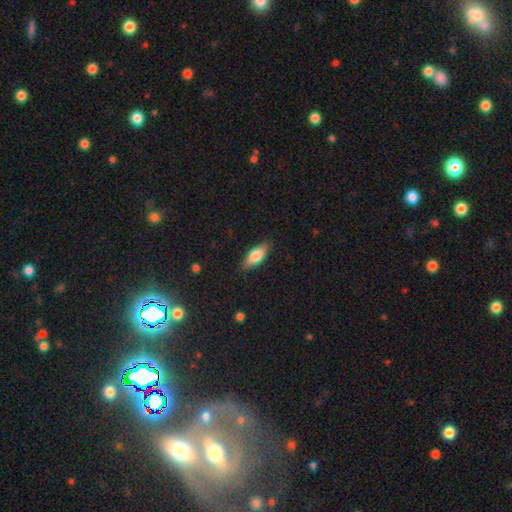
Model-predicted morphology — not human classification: Smooth or featured: smooth — 73% (featured or disk — 20%)
How rounded: in between — 75% (cigar-shaped — 23%)
Merging: none — 83% (minor disturbance — 14%)